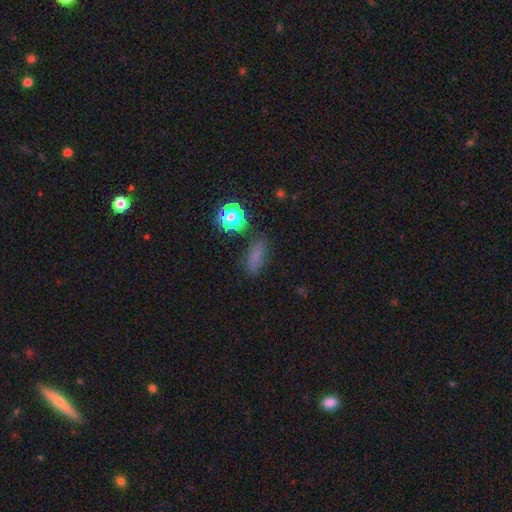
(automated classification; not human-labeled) Q: Smooth or featured?
A: smooth (72%); runner-up: star or artifact (20%)
Q: How rounded?
A: in between (58%); runner-up: cigar-shaped (30%)
Q: Merging?
A: none (75%); runner-up: minor disturbance (16%)